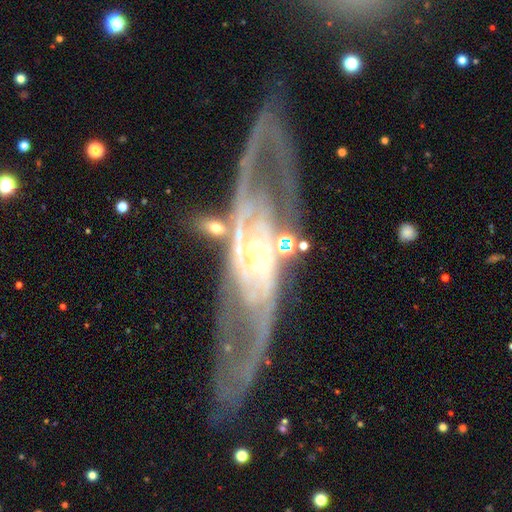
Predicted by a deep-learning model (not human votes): Q: Smooth or featured?
A: featured or disk (88%); runner-up: smooth (6%)
Q: Edge-on disk?
A: no (85%); runner-up: yes (15%)
Q: Bar?
A: no (57%); runner-up: weak (27%)
Q: Spiral arms?
A: yes (91%); runner-up: no (9%)
Q: Spiral winding?
A: tight (47%); runner-up: medium (39%)
Q: Spiral arm count?
A: 2 (59%); runner-up: can't tell (22%)
Q: Bulge size?
A: small (70%); runner-up: moderate (24%)
Q: Merging?
A: none (63%); runner-up: minor disturbance (17%)